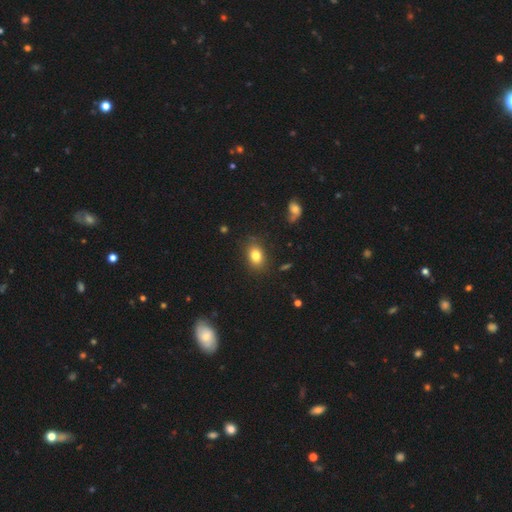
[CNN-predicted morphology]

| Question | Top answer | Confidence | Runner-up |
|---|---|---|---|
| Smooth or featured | smooth | 81% | star or artifact (10%) |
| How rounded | in between | 70% | round (28%) |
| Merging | none | 83% | minor disturbance (12%) |